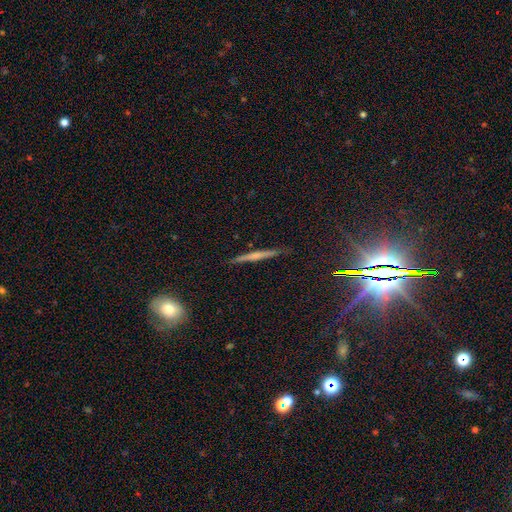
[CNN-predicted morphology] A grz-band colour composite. It shows a featured or disk galaxy (50%). Merging: none (88%).